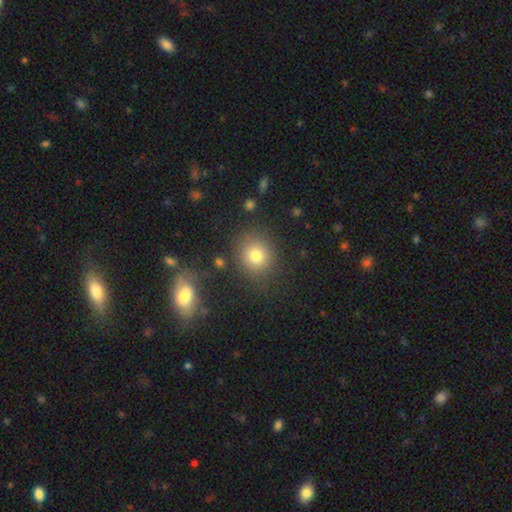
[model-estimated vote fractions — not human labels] This appears to be a smooth galaxy with no disk features (77%) that is round (85%). Merging: none (83%).